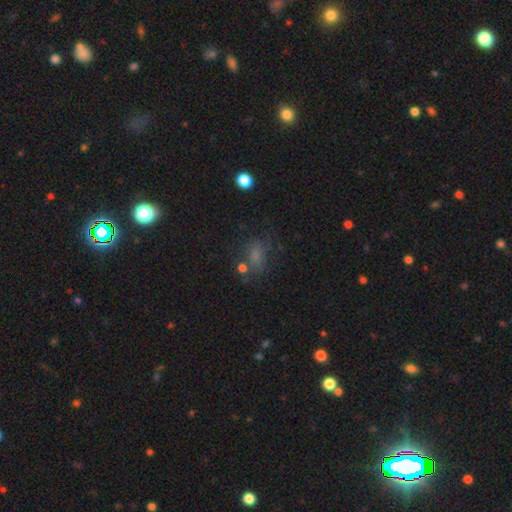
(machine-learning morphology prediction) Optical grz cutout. It shows a smooth galaxy with no disk features (58%) that is in between round and cigar-shaped (64%). Merging: none (53%).